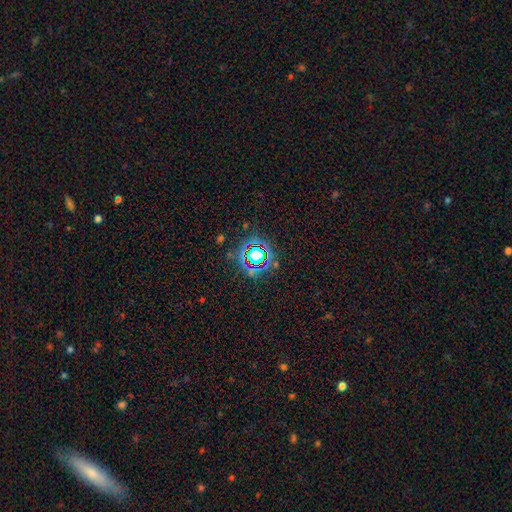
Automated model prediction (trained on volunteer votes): This is likely a star or artifact rather than a galaxy (69%).